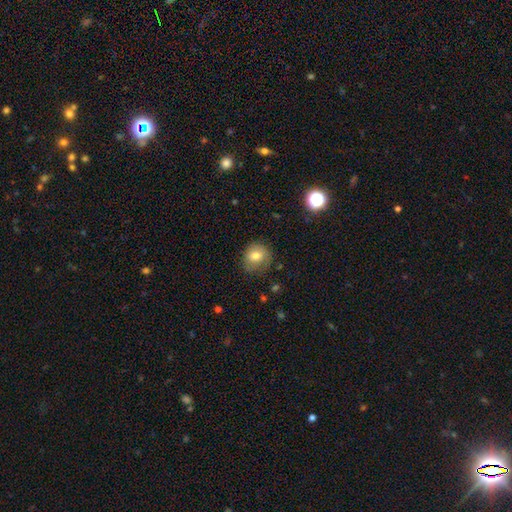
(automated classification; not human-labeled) A smooth galaxy with no disk features (75%) that is round (80%).

Vote fractions:
- Smooth or featured? smooth: 75% / featured or disk: 14% / star or artifact: 11%
- How rounded? round: 80% / in between: 19% / cigar-shaped: 1%
- Merging? none: 72% / minor disturbance: 21% / major disturbance: 6% / merger: 1%